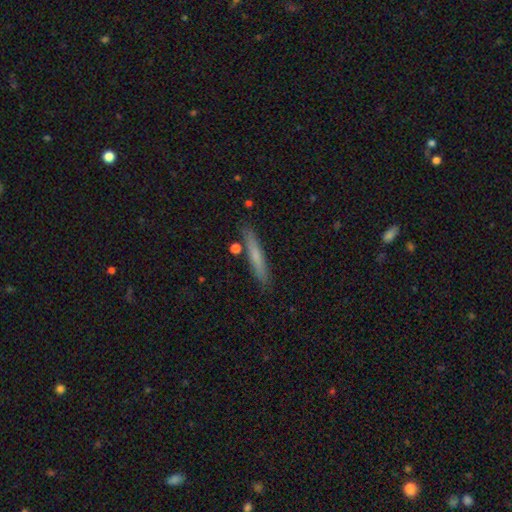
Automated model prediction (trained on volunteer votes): A smooth galaxy with no disk features (64%) that is cigar-shaped (94%). Merging: none (86%).